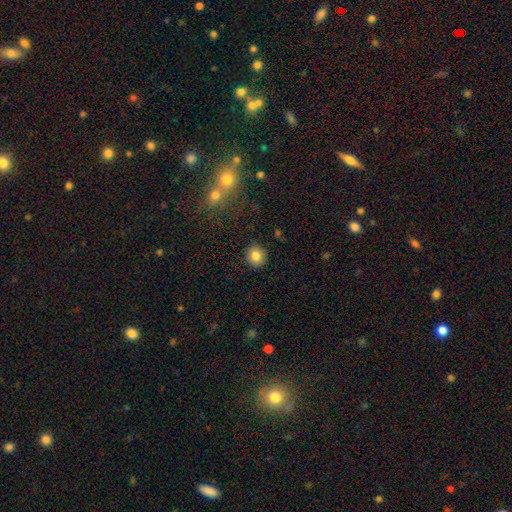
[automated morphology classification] smooth 83%, star or artifact 10%, featured or disk 7%. Down the decision tree: how rounded — round (88%); merging — none (90%).